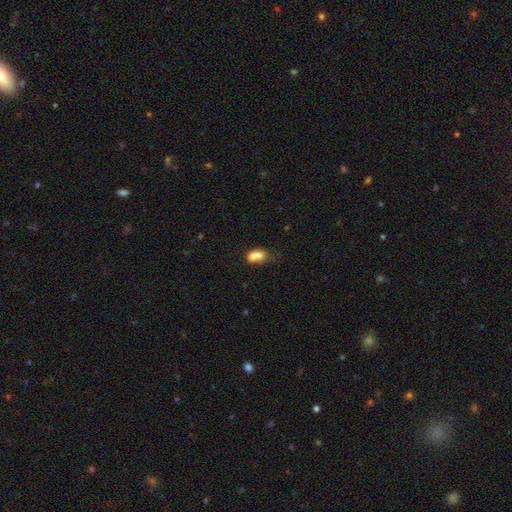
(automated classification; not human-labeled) A smooth galaxy with no disk features (74%) that is in between round and cigar-shaped (76%).

Vote fractions:
- Smooth or featured? smooth: 74% / featured or disk: 16% / star or artifact: 11%
- How rounded? in between: 76% / round: 20% / cigar-shaped: 4%
- Merging? merger: 46% / none: 24% / minor disturbance: 18% / major disturbance: 12%